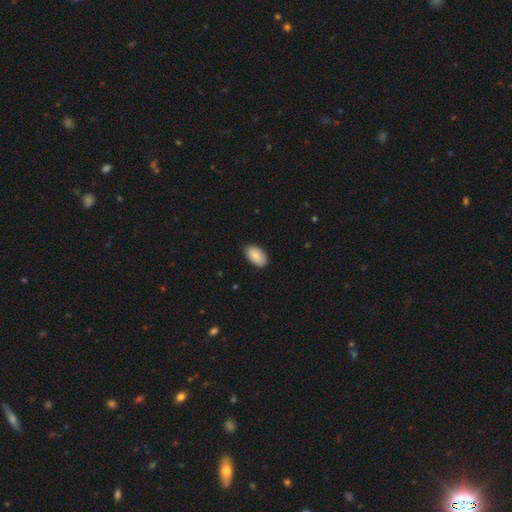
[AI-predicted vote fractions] smooth_or_featured: smooth (p=0.85) [alt: featured or disk p=0.09]
how_rounded: in between (p=0.95) [alt: round p=0.04]
merging: none (p=0.84) [alt: minor disturbance p=0.13]